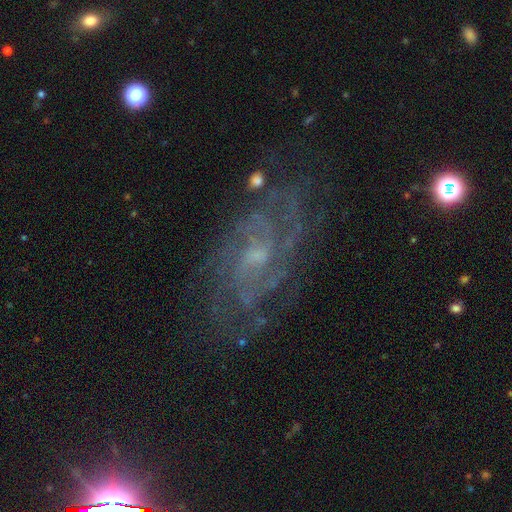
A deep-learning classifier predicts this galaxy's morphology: A featured or disk galaxy (85%) with no bar (53%), tight (53%) spiral arms (94%) and a small central bulge (58%).

Vote fractions:
- Smooth or featured? featured or disk: 85% / star or artifact: 8% / smooth: 7%
- Edge-on disk? no: 96% / yes: 4%
- Bar? no: 53% / weak: 41% / strong: 6%
- Spiral arms? yes: 94% / no: 6%
- Spiral winding? tight: 53% / medium: 37% / loose: 10%
- Spiral arm count? can't tell: 37% / 2: 22% / 3: 17% / 4: 13% / more than 4: 6% / 1: 6%
- Bulge size? small: 58% / moderate: 30% / none: 10% / large: 2% / dominant: 1%
- Merging? none: 72% / minor disturbance: 18% / major disturbance: 8% / merger: 2%